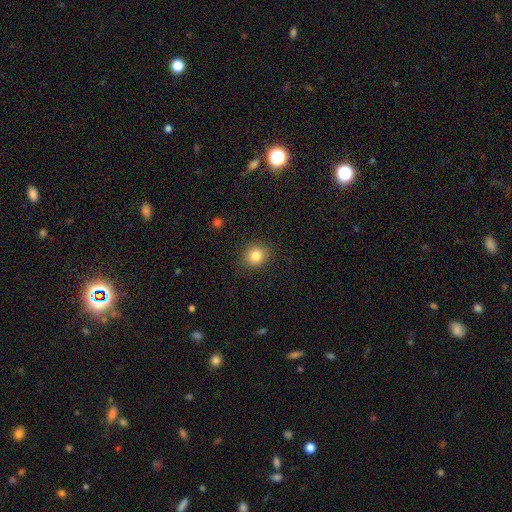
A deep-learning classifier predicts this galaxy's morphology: This is clearly a smooth galaxy (83%). How rounded: likely round (74%). Merging: clearly none (88%).